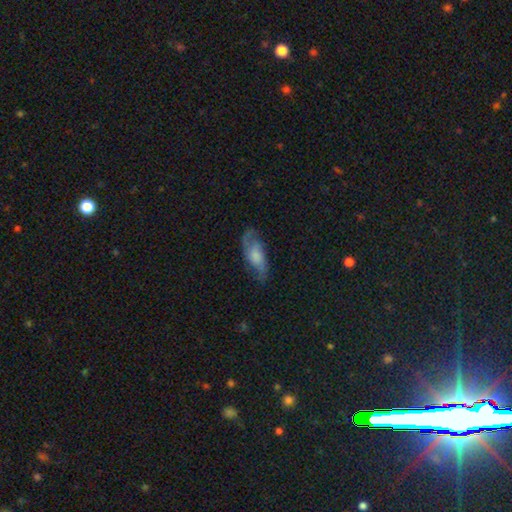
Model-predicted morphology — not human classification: A featured or disk galaxy (59%) with no bar (63%), spiral arms (88%) and a moderate central bulge (32%). Merging: none (65%).